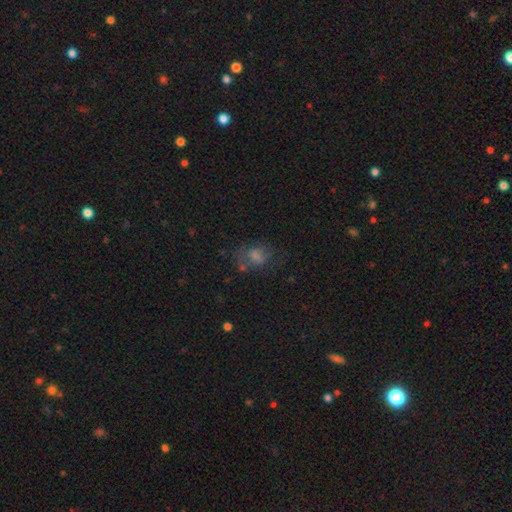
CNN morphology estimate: smooth_or_featured: smooth (p=0.47) [alt: featured or disk p=0.28]
merging: none (p=0.55) [alt: minor disturbance p=0.21]